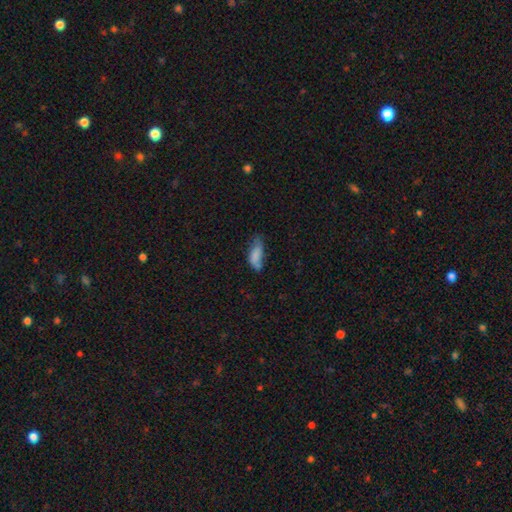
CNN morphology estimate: Overall: smooth (73%). How rounded: in between (79%). Merging: none (39%; minor disturbance 36%).